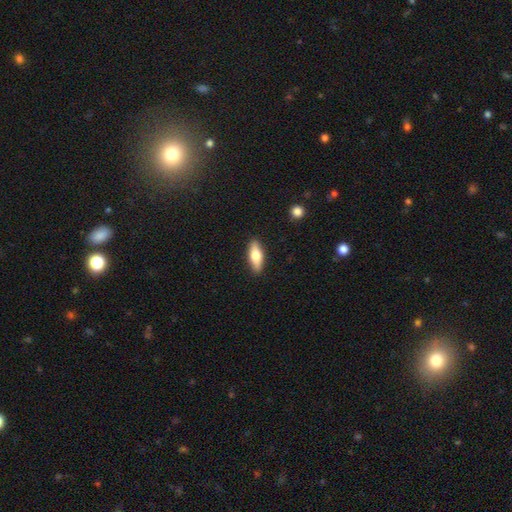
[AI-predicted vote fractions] Smooth or featured? smooth (65%)
How rounded? in between (63%)
Merging? none (89%)